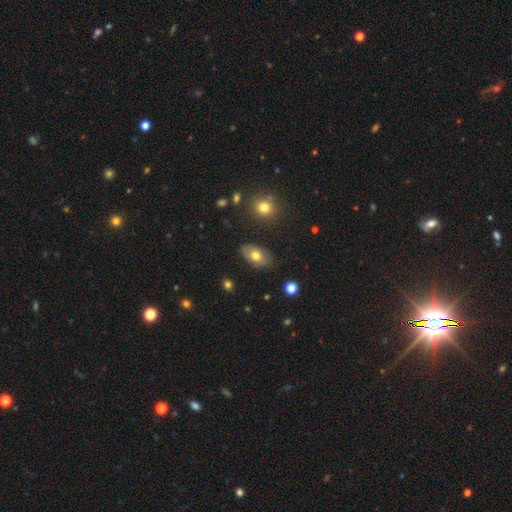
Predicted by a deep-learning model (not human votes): The model was most divided on "smooth or featured": smooth: 69%, featured or disk: 23%, star or artifact: 8%. More confident: how rounded — in between (90%); merging — none (82%).